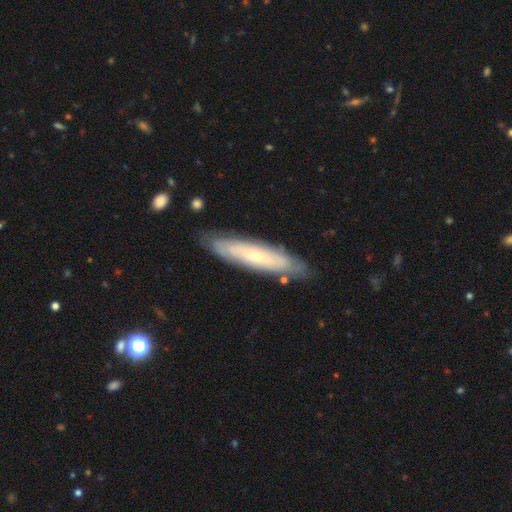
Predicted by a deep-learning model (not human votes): This appears to be a featured or disk galaxy (56%). Merging: none (82%).